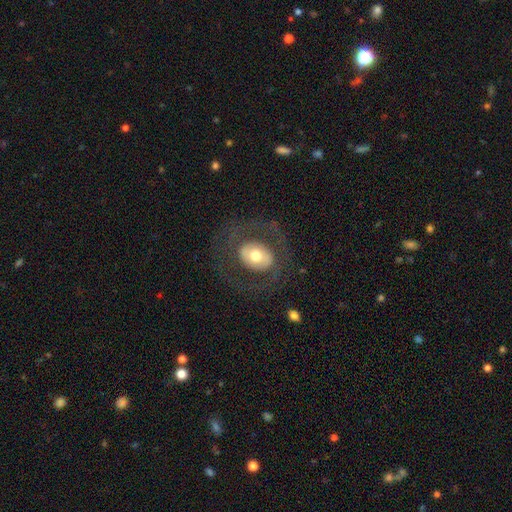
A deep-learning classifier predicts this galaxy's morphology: featured or disk 52%, smooth 41%, star or artifact 7%. Down the decision tree: edge-on disk — no (94%); merging — none (74%).